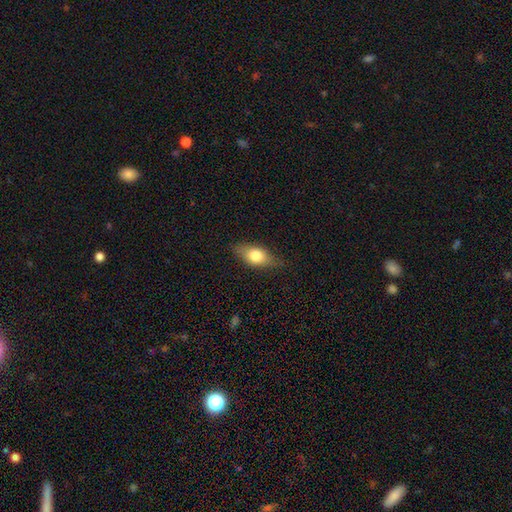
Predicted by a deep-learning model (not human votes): Overall: smooth (71%). How rounded: in between (80%). Merging: none (78%).